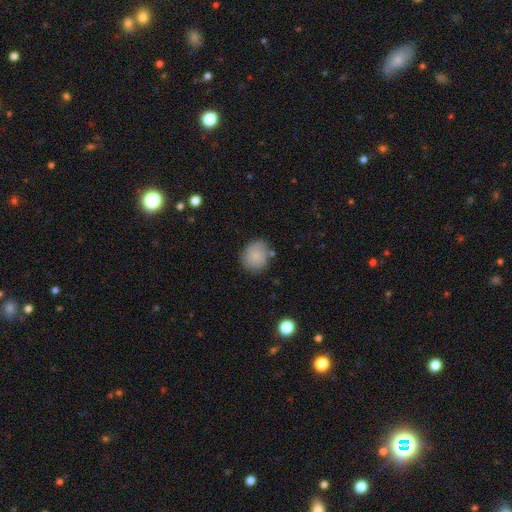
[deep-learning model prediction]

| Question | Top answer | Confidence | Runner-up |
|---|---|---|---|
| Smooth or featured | smooth | 80% | featured or disk (12%) |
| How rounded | round | 73% | in between (26%) |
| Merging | none | 76% | minor disturbance (16%) |